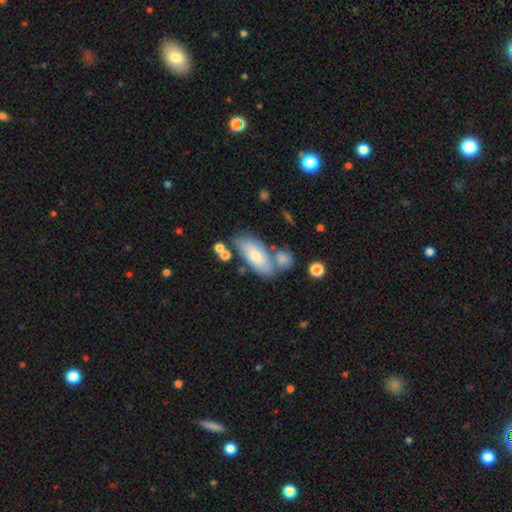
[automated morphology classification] smooth_or_featured: smooth (p=0.67) [alt: featured or disk p=0.27]
how_rounded: in between (p=0.85) [alt: cigar-shaped p=0.12]
merging: none (p=0.57) [alt: merger p=0.21]